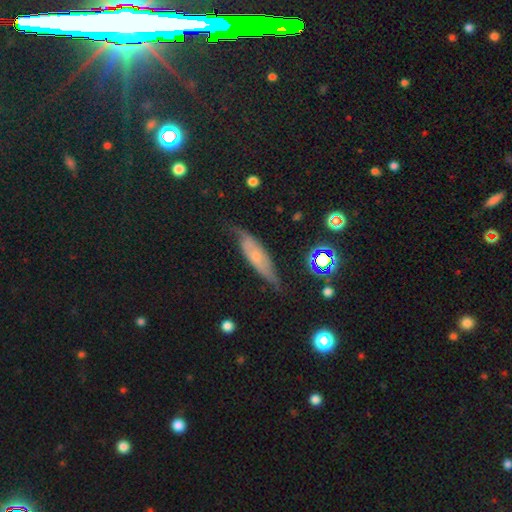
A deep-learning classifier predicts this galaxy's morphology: A featured or disk galaxy (49%).

Vote fractions:
- Smooth or featured? featured or disk: 49% / smooth: 41% / star or artifact: 10%
- Merging? none: 61% / minor disturbance: 29% / major disturbance: 8% / merger: 2%